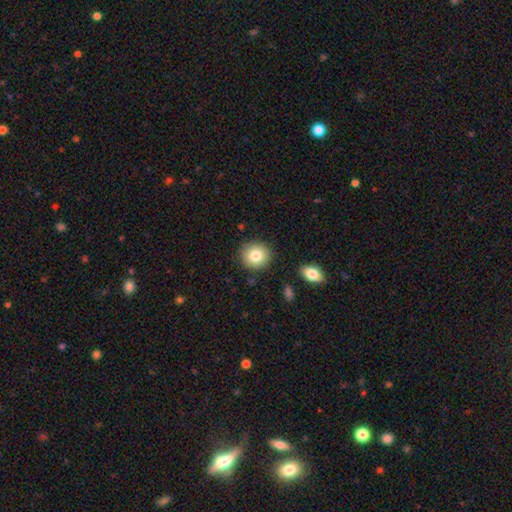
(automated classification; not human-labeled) This appears to be a smooth galaxy with no disk features (81%) that is round (87%). Merging: none (87%).